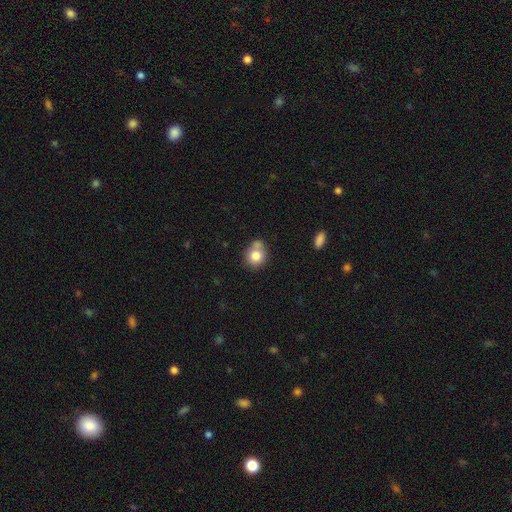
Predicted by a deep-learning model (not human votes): smooth-or-featured: smooth: 79% | featured or disk: 11% | star or artifact: 10%
  how-rounded: round: 79% | in between: 20% | cigar-shaped: 1%
  merging: none: 53% | merger: 24% | minor disturbance: 18% | major disturbance: 5%